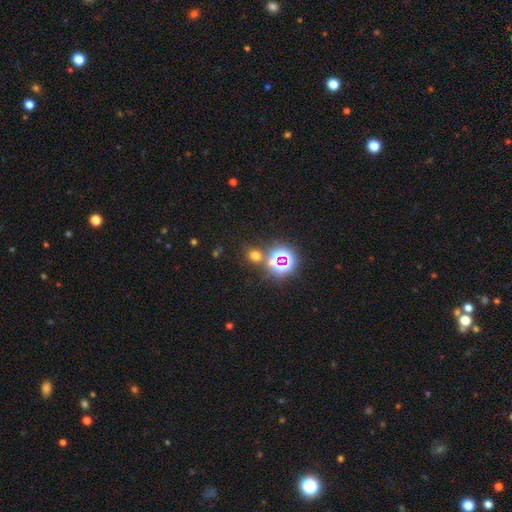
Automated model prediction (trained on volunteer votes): Smooth or featured: smooth — 56% (star or artifact — 37%)
How rounded: round — 79% (in between — 20%)
Merging: none — 78% (merger — 11%)